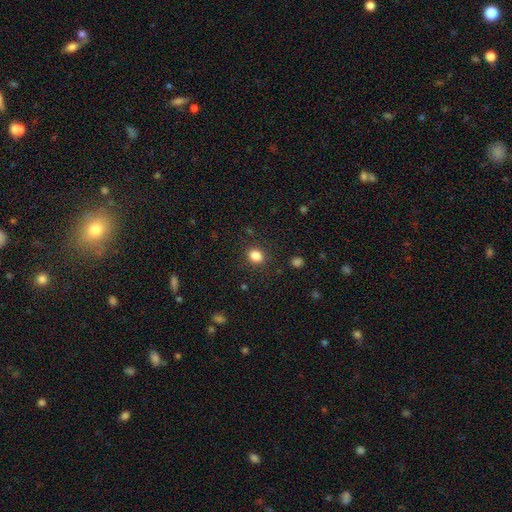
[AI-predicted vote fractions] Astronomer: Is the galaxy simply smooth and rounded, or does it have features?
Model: smooth — 84%.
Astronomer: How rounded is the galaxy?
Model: round — 54% (runner-up: in between, 45%).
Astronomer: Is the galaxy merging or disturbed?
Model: none — 87%.